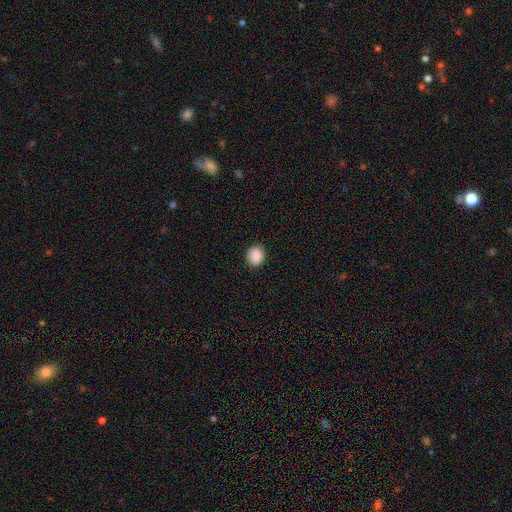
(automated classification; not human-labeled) Q: Smooth or featured?
A: smooth (89%); runner-up: star or artifact (8%)
Q: How rounded?
A: round (66%); runner-up: in between (33%)
Q: Merging?
A: none (86%); runner-up: minor disturbance (10%)